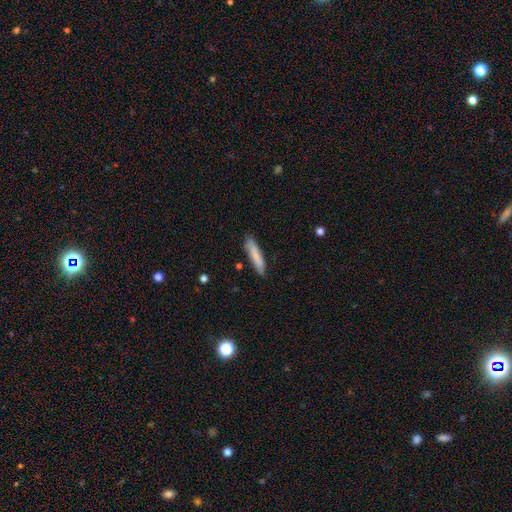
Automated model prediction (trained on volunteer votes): A smooth galaxy with no disk features (80%) that is cigar-shaped (87%). Merging: none (83%).